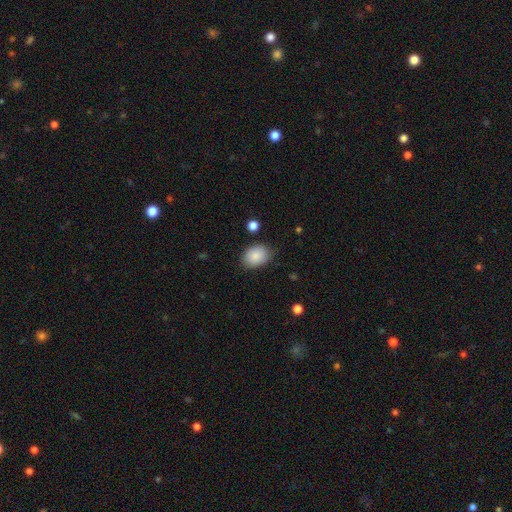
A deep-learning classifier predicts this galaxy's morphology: smooth 87%, star or artifact 7%, featured or disk 5%. Down the decision tree: how rounded — in between (74%); merging — none (81%).